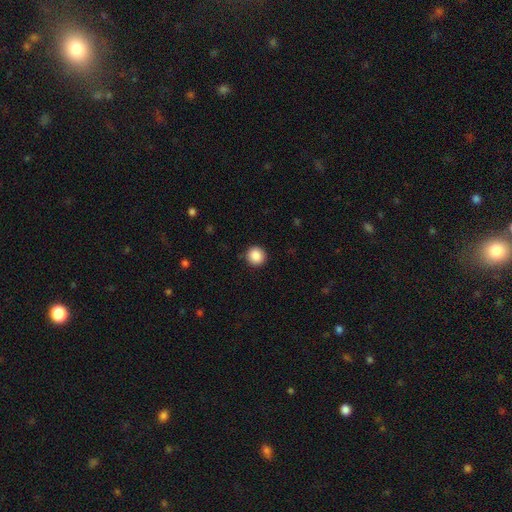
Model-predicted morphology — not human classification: The model was most divided on "smooth or featured": smooth: 88%, star or artifact: 9%, featured or disk: 3%. More confident: how rounded — round (94%); merging — none (90%).